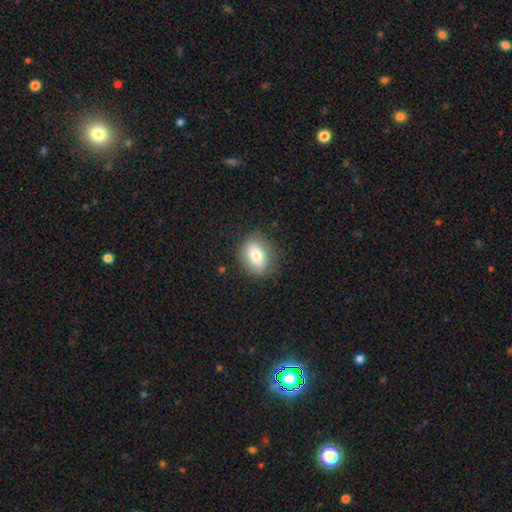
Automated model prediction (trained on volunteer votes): Smooth or featured?
  - smooth: 76% *
  - featured or disk: 15%
  - star or artifact: 8%
How rounded?
  - in between: 67% *
  - round: 31%
  - cigar-shaped: 2%
Merging?
  - none: 82% *
  - minor disturbance: 13%
  - major disturbance: 4%
  - merger: 1%